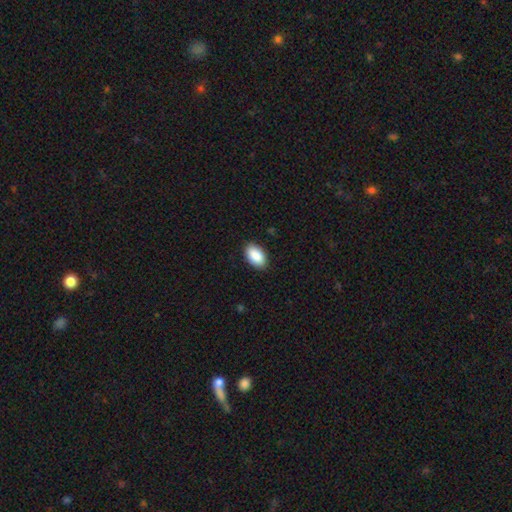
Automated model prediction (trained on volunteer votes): A smooth galaxy with no disk features (90%) that is in between round and cigar-shaped (94%).

Vote fractions:
- Smooth or featured? smooth: 90% / star or artifact: 6% / featured or disk: 3%
- How rounded? in between: 94% / round: 5% / cigar-shaped: 1%
- Merging? none: 89% / minor disturbance: 8% / major disturbance: 2% / merger: 1%